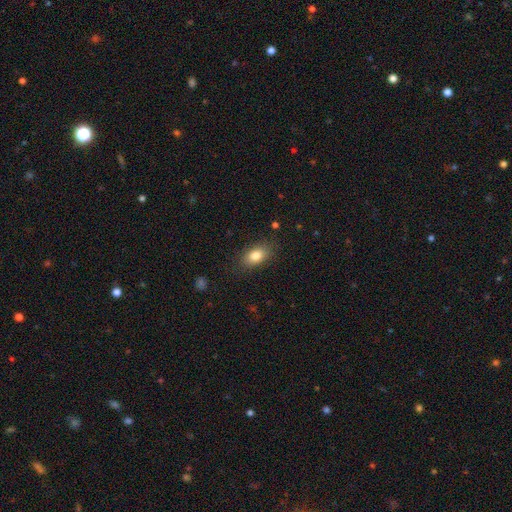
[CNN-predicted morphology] Smooth or featured? smooth (83%)
How rounded? in between (85%)
Merging? none (83%)